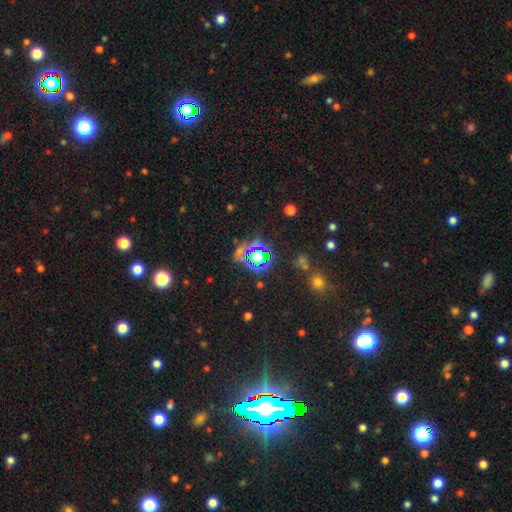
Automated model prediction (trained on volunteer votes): This appears to be a star or artifact, not a galaxy (59%).